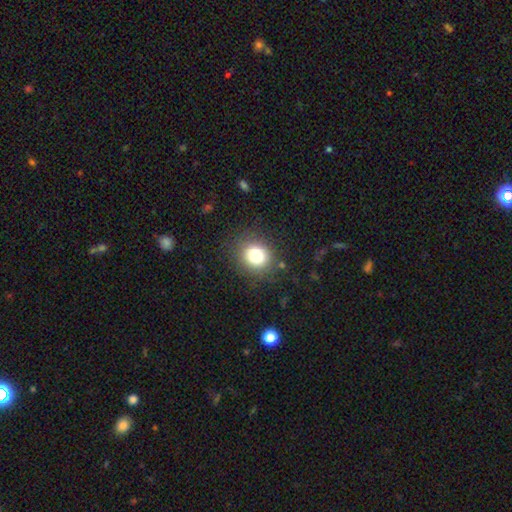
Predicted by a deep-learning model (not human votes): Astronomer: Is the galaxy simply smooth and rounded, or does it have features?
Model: smooth — 81%.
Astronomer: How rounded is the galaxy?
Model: round — 83%.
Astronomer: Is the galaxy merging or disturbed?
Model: none — 85%.